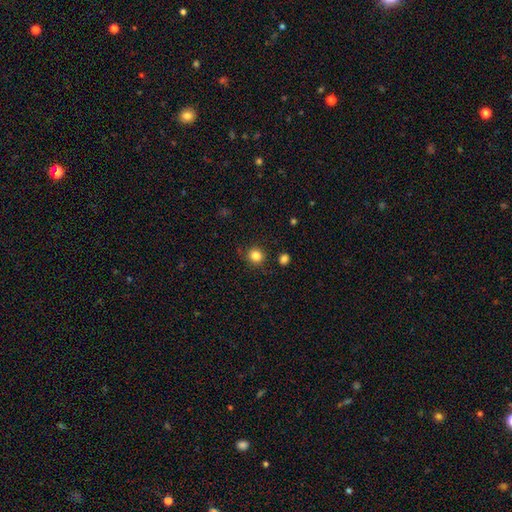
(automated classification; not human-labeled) Smooth or featured? smooth (83%)
How rounded? round (90%)
Merging? none (86%)